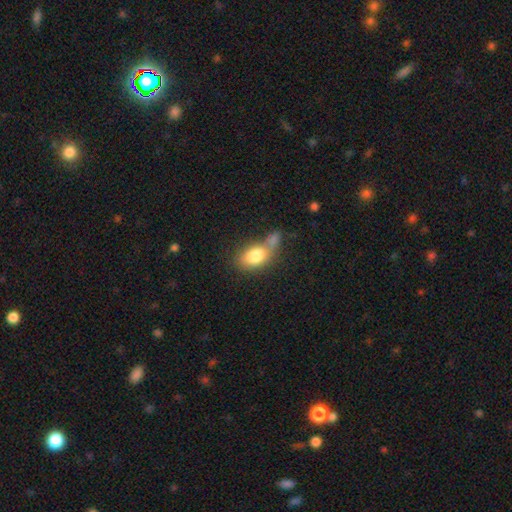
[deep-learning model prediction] Smooth or featured? Predicted: smooth (p=0.80). How rounded? Predicted: in between (p=0.85). Merging? Predicted: none (p=0.38).